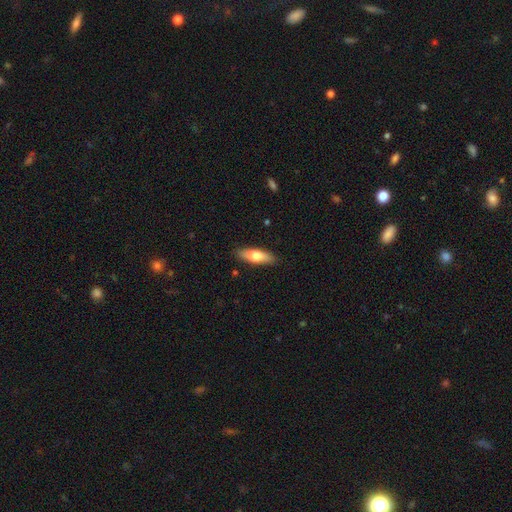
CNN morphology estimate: Smooth or featured? Predicted: smooth (p=0.73). How rounded? Predicted: in between (p=0.49, tied with cigar-shaped). Merging? Predicted: none (p=0.88).